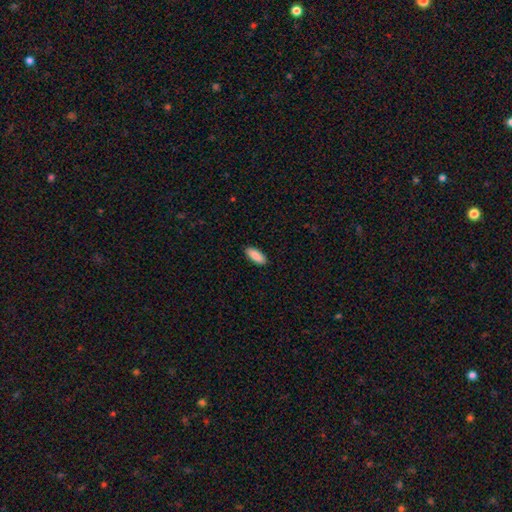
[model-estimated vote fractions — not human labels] Smooth or featured? Predicted: smooth (p=0.90). How rounded? Predicted: in between (p=0.79). Merging? Predicted: none (p=0.91).